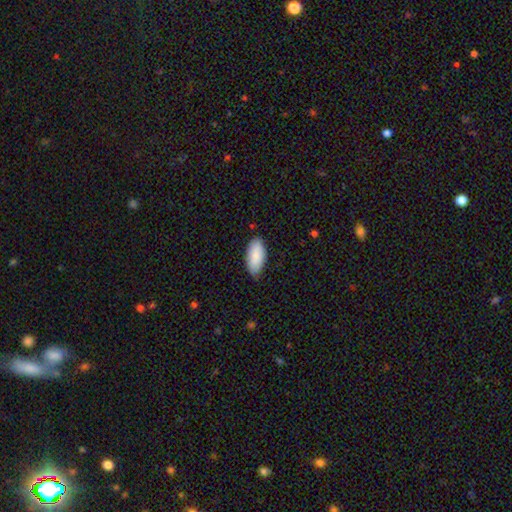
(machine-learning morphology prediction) Q: Smooth or featured?
A: smooth (89%); runner-up: star or artifact (5%)
Q: How rounded?
A: in between (93%); runner-up: cigar-shaped (6%)
Q: Merging?
A: none (82%); runner-up: minor disturbance (15%)